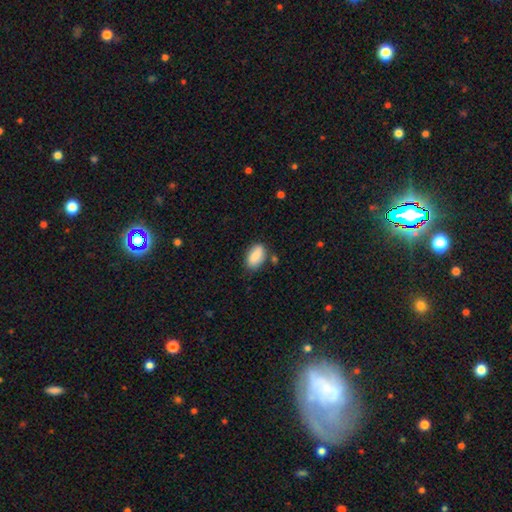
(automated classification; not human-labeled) smooth-or-featured: smooth: 84% | featured or disk: 9% | star or artifact: 7%
  how-rounded: in between: 92% | round: 5% | cigar-shaped: 3%
  merging: none: 73% | minor disturbance: 18% | merger: 5% | major disturbance: 4%